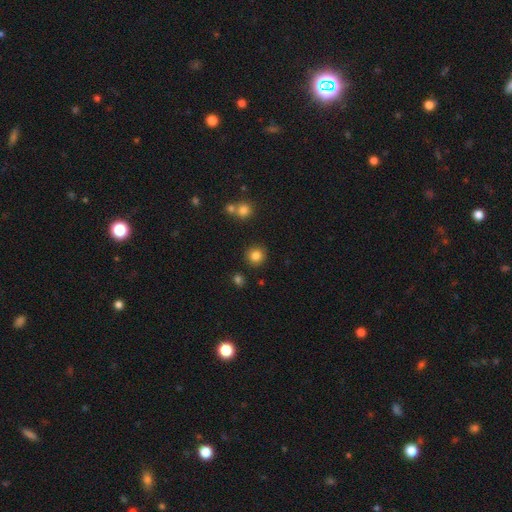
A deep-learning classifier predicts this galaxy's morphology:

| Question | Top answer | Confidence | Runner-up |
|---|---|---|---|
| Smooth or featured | smooth | 83% | star or artifact (11%) |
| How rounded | round | 91% | in between (8%) |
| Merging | none | 88% | minor disturbance (7%) |